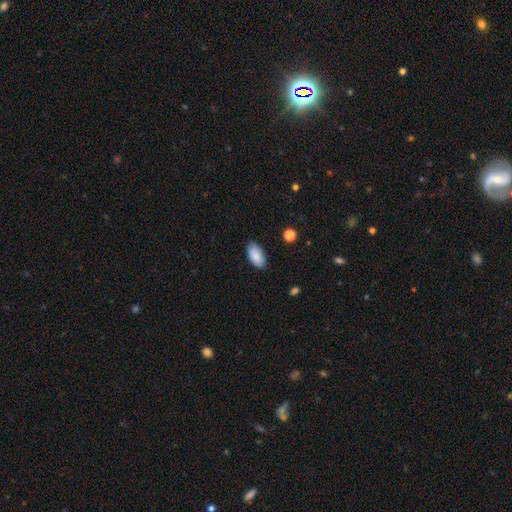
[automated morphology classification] Smooth or featured? Predicted: smooth (p=0.86). How rounded? Predicted: in between (p=0.95). Merging? Predicted: none (p=0.81).